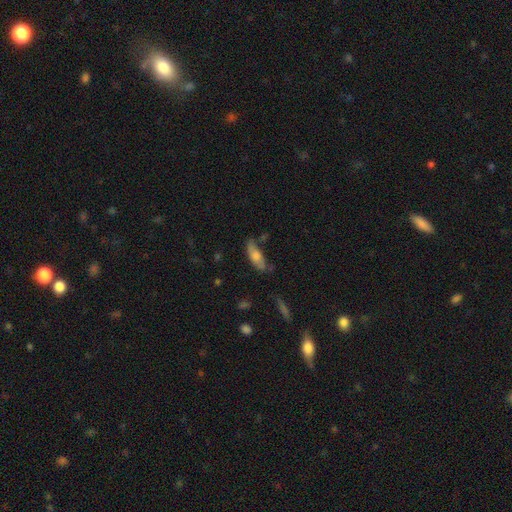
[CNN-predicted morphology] Smooth or featured? Predicted: smooth (p=0.66). How rounded? Predicted: in between (p=0.65). Merging? Predicted: none (p=0.54).